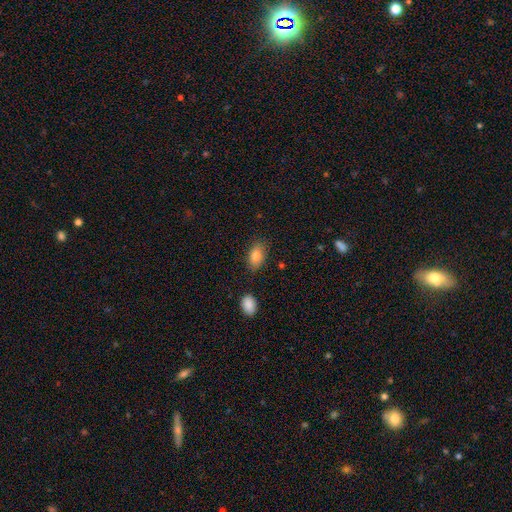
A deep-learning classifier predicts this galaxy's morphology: Smooth or featured? Predicted: smooth (p=0.84). How rounded? Predicted: in between (p=0.90). Merging? Predicted: none (p=0.79).